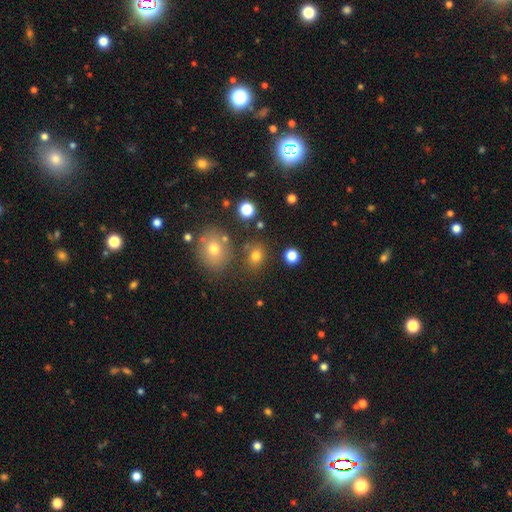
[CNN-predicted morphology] Smooth or featured? smooth (76%)
How rounded? round (52%)
Merging? none (76%)